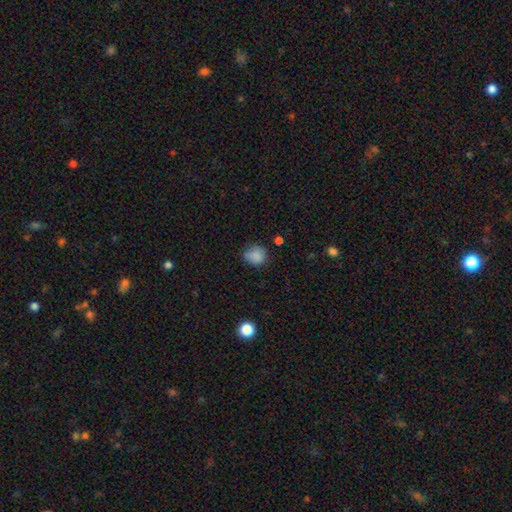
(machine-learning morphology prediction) Smooth or featured: smooth — 82% (star or artifact — 11%)
How rounded: round — 74% (in between — 25%)
Merging: none — 56% (minor disturbance — 31%)